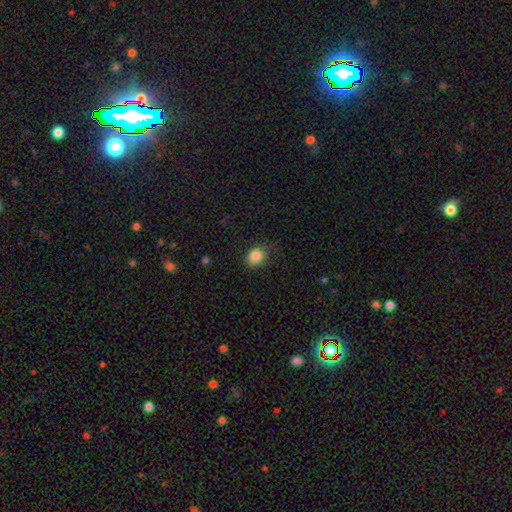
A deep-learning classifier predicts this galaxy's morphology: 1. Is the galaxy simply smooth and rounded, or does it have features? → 84% smooth, 10% star or artifact, 6% featured or disk.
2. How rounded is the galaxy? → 60% round, 39% in between, 1% cigar-shaped.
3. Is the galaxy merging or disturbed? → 70% none, 23% minor disturbance, 6% major disturbance, 1% merger.